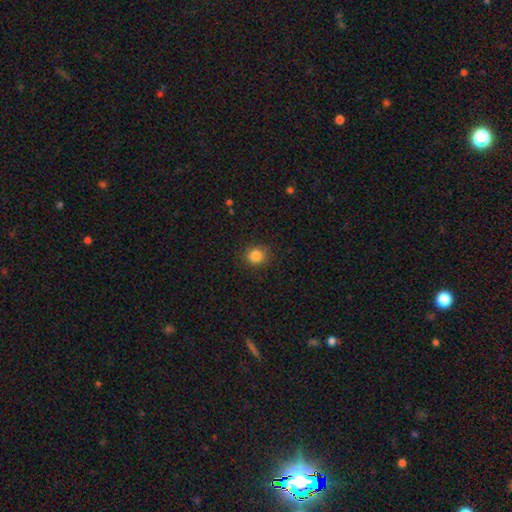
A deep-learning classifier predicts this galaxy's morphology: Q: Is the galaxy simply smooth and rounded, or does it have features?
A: smooth — 85%.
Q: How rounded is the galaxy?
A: round — 84%.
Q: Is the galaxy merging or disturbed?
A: none — 87%.